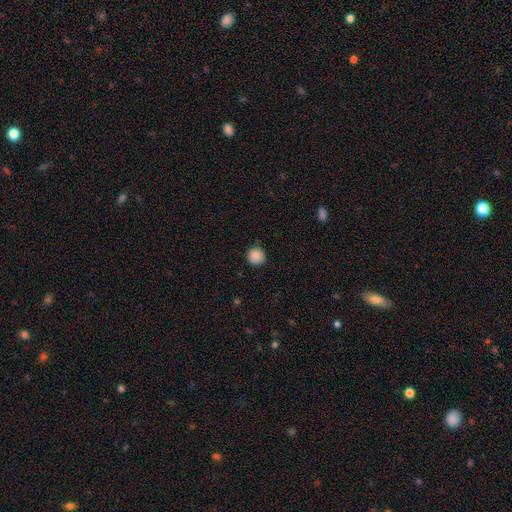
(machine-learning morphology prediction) Smooth or featured?
  - smooth: 88% *
  - star or artifact: 9%
  - featured or disk: 3%
How rounded?
  - round: 91% *
  - in between: 8%
  - cigar-shaped: 1%
Merging?
  - none: 86% *
  - minor disturbance: 11%
  - major disturbance: 2%
  - merger: 1%